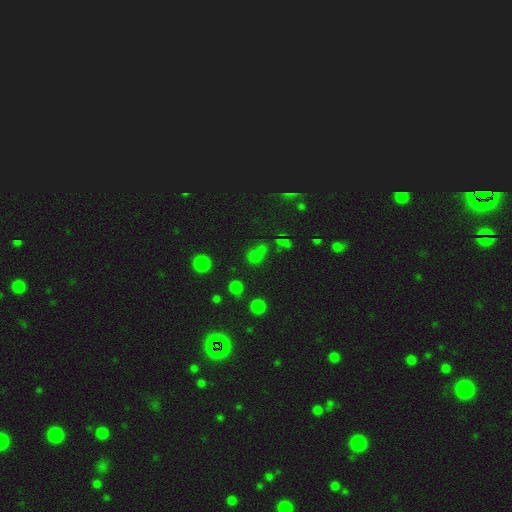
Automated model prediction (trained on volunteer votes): smooth 60%, star or artifact 31%, featured or disk 9%. Down the decision tree: how rounded — round (73%); merging — none (51%).